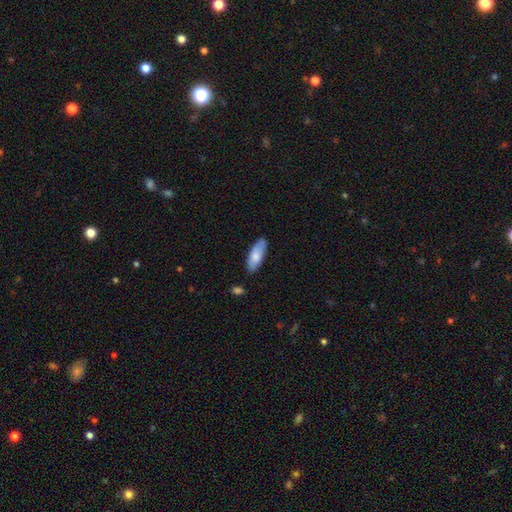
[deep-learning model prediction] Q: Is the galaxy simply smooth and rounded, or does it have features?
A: smooth — 78%.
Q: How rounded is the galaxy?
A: in between — 74%.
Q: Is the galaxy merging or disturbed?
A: none — 78%.